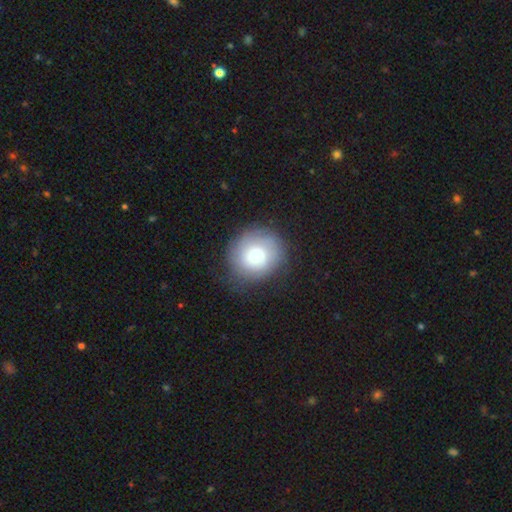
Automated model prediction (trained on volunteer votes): Morphology: type=smooth (68%); roundness=round (86%); merging=none (76%).